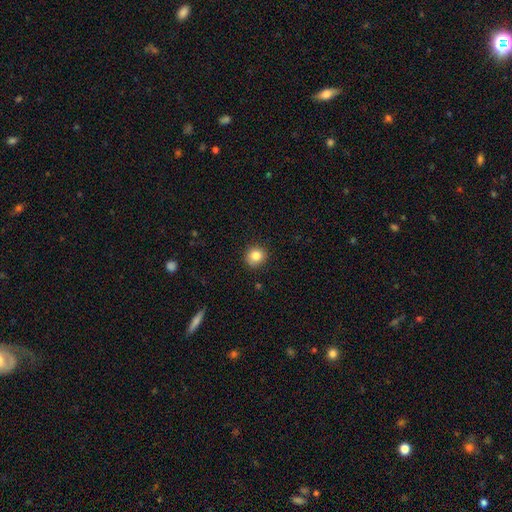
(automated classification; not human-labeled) smooth 83%, star or artifact 11%, featured or disk 6%. Down the decision tree: how rounded — round (90%); merging — none (87%).